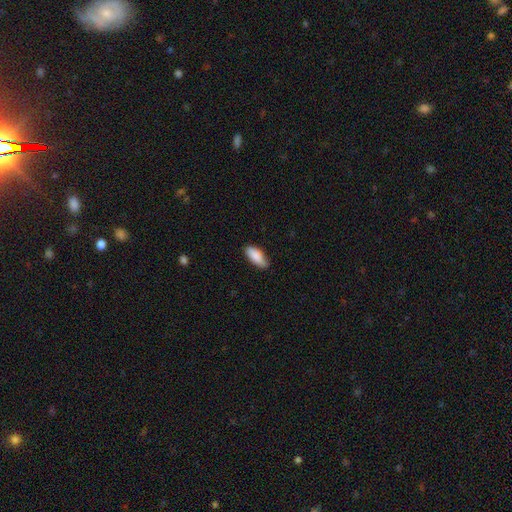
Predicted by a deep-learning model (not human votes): smooth-or-featured: smooth: 88% | featured or disk: 7% | star or artifact: 6%
  how-rounded: in between: 83% | cigar-shaped: 15% | round: 2%
  merging: none: 79% | minor disturbance: 18% | major disturbance: 2% | merger: 1%